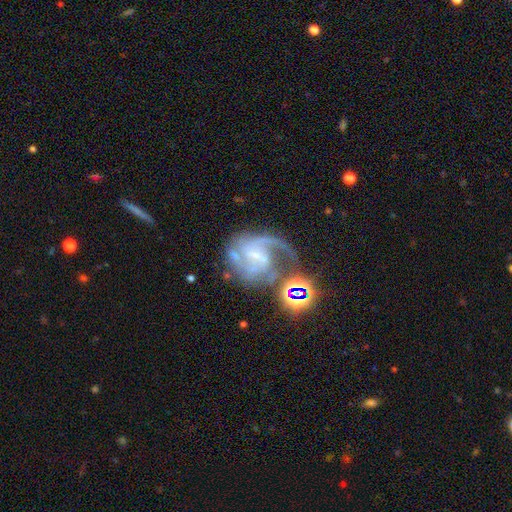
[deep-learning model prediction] smooth-or-featured: featured or disk: 84% | star or artifact: 10% | smooth: 6%
  disk-edge-on: no: 98% | yes: 2%
    bar: weak: 52% | no: 25% | strong: 23%
    has-spiral-arms: yes: 95% | no: 5%
      spiral-winding: medium: 51% | loose: 25% | tight: 24%
      spiral-arm-count: 2: 41% | can't tell: 18% | 3: 18% | 1: 13% | 4: 6% | more than 4: 5%
    bulge-size: small: 68% | none: 15% | moderate: 14% | large: 1% | dominant: 1%
  merging: none: 38% | major disturbance: 31% | minor disturbance: 18% | merger: 13%